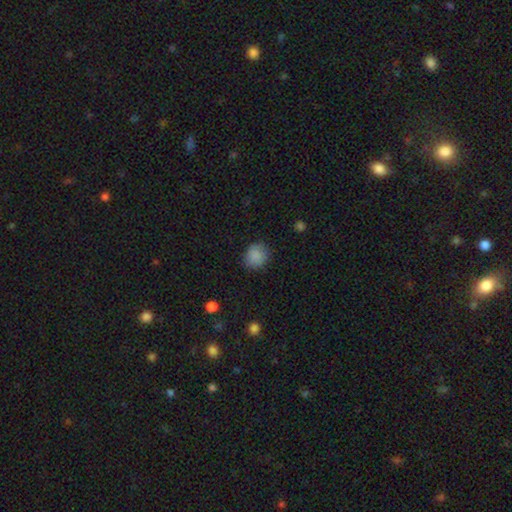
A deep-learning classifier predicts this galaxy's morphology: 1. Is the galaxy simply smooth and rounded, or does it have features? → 86% smooth, 9% star or artifact, 5% featured or disk.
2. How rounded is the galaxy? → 76% round, 24% in between, 1% cigar-shaped.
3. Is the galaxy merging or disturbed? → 81% none, 14% minor disturbance, 4% major disturbance, 1% merger.